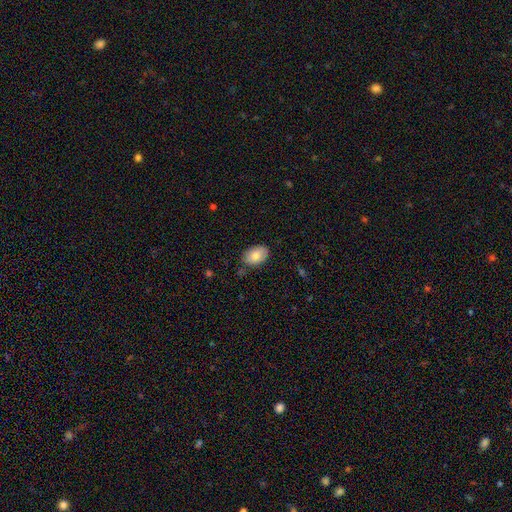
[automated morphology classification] Smooth or featured? Predicted: smooth (p=0.77). How rounded? Predicted: in between (p=0.85). Merging? Predicted: none (p=0.80).